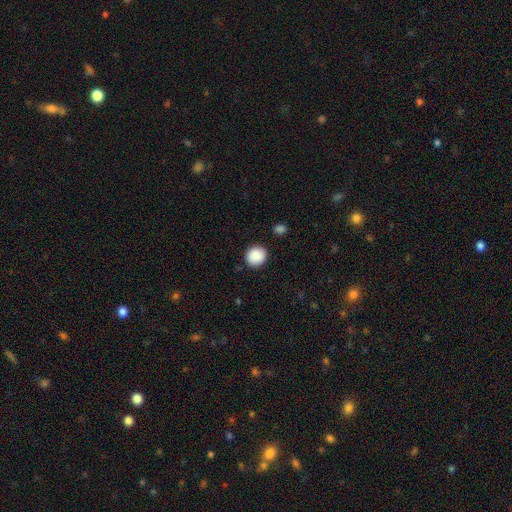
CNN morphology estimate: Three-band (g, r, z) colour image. It shows a smooth galaxy with no disk features (89%) that is round (91%). Merging: none (89%).